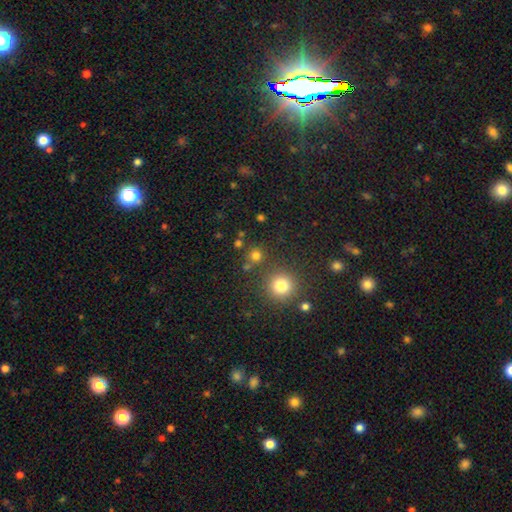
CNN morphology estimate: This is likely a smooth galaxy (74%). How rounded: clearly round (92%). Merging: likely none (78%).